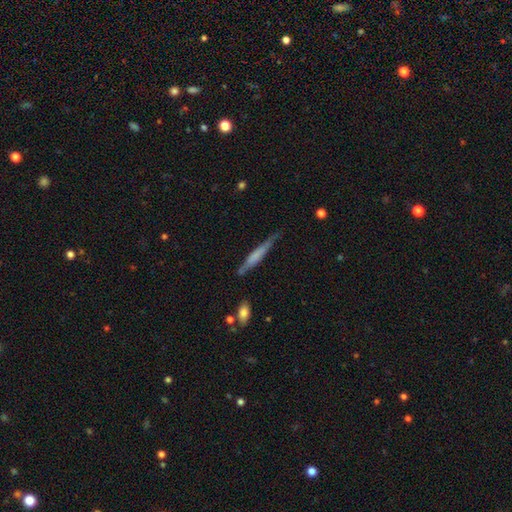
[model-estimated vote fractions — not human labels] Smooth or featured?
  - smooth: 50% *
  - featured or disk: 43%
  - star or artifact: 6%
How rounded?
  - cigar-shaped: 93% *
  - in between: 5%
  - round: 1%
Merging?
  - none: 64% *
  - minor disturbance: 26%
  - major disturbance: 6%
  - merger: 3%